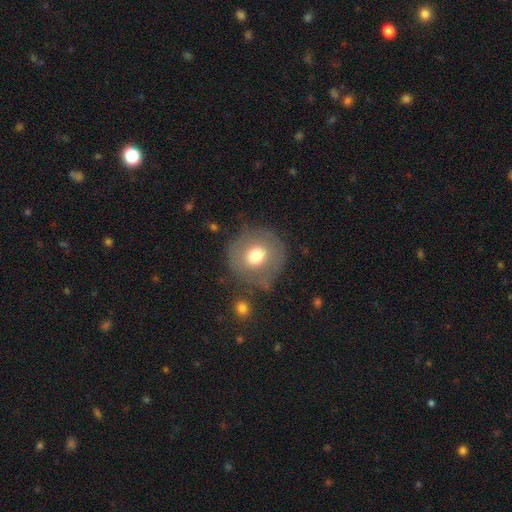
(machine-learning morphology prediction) This is likely a smooth galaxy (65%). How rounded: clearly round (91%). Merging: likely none (71%).